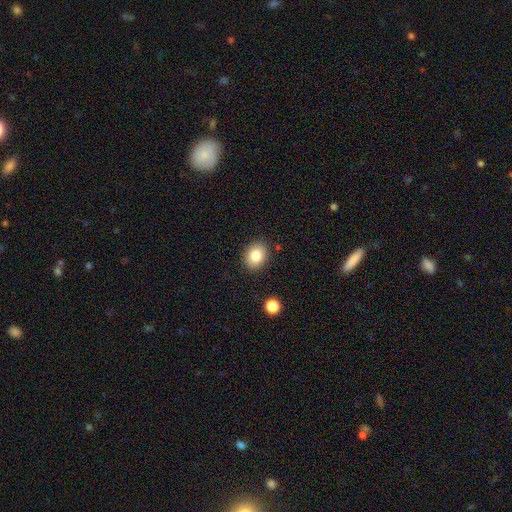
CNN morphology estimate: This is clearly a smooth galaxy (83%). How rounded: possibly in between (52%). Merging: clearly none (87%).